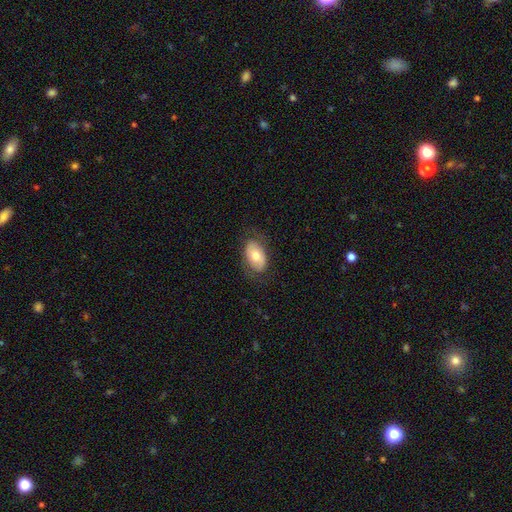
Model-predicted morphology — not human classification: Smooth or featured? Predicted: smooth (p=0.65). How rounded? Predicted: in between (p=0.92). Merging? Predicted: none (p=0.75).